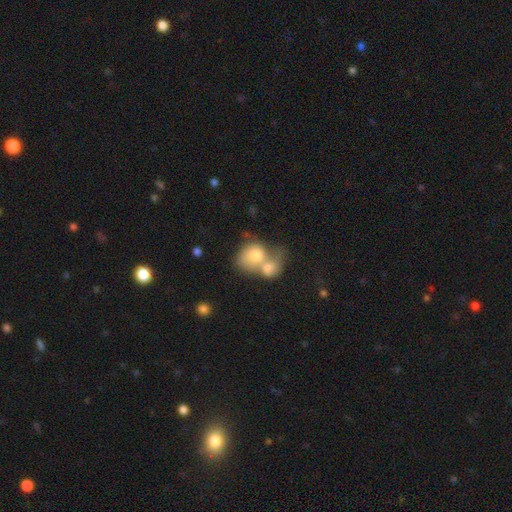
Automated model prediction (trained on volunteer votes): Smooth or featured? Predicted: smooth (p=0.73). How rounded? Predicted: round (p=0.51). Merging? Predicted: merger (p=0.75).